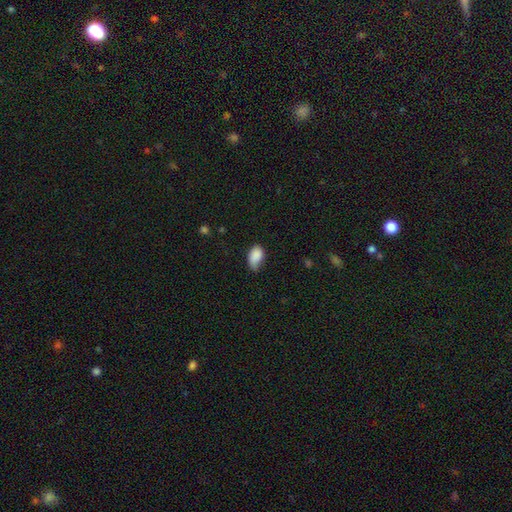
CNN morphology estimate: This appears to be a smooth galaxy with no disk features (87%) that is in between round and cigar-shaped (91%). Merging: none (46%).